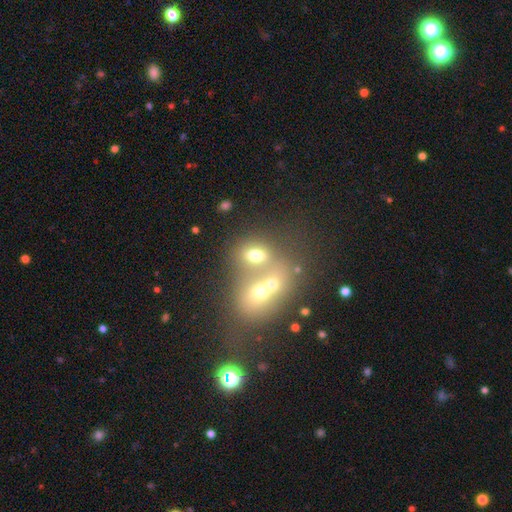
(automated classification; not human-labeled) smooth-or-featured: smooth: 62% | featured or disk: 21% | star or artifact: 17%
  how-rounded: in between: 57% | round: 42% | cigar-shaped: 2%
  merging: merger: 59% | none: 27% | minor disturbance: 7% | major disturbance: 6%